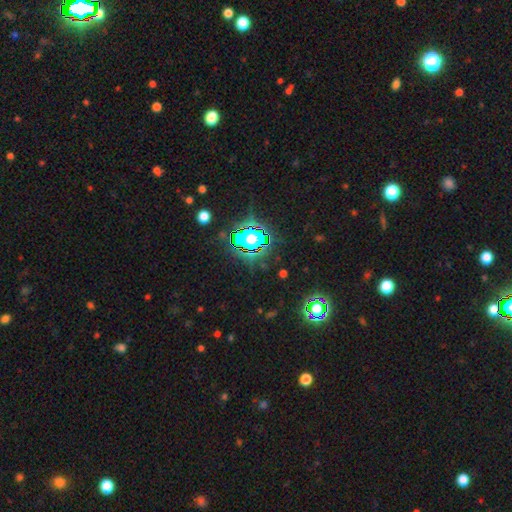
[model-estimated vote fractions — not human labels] Smooth or featured: star or artifact — 79% (smooth — 13%)